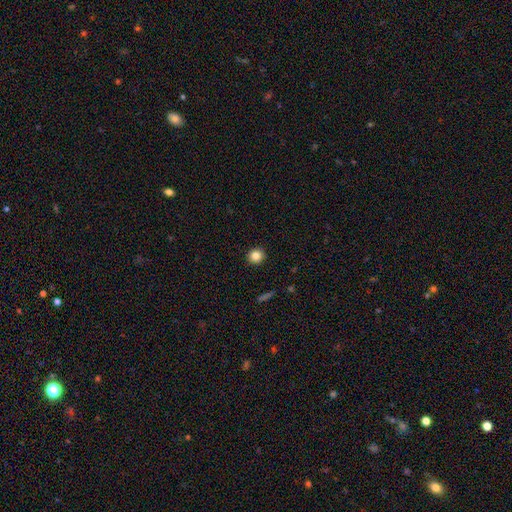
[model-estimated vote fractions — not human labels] Smooth or featured? smooth (83%)
How rounded? round (90%)
Merging? none (92%)